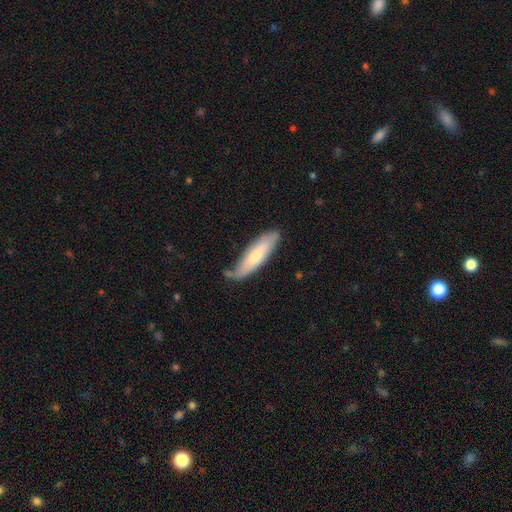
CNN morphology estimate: A smooth galaxy with no disk features (63%) that is cigar-shaped (61%). Merging: none (64%).